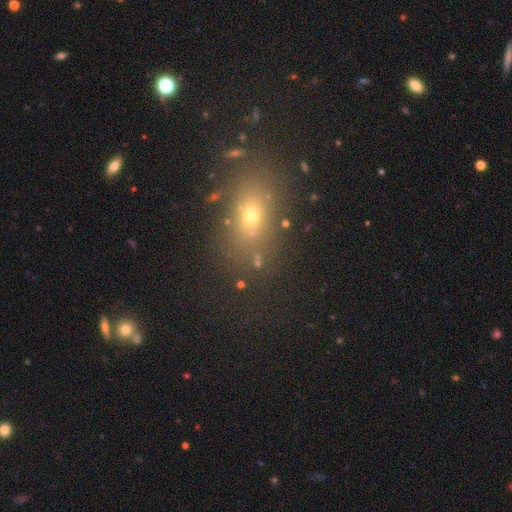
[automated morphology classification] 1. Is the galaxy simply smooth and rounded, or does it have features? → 59% smooth, 27% star or artifact, 15% featured or disk.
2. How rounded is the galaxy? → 69% in between, 25% round, 6% cigar-shaped.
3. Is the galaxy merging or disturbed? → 77% none, 12% minor disturbance, 6% major disturbance, 5% merger.